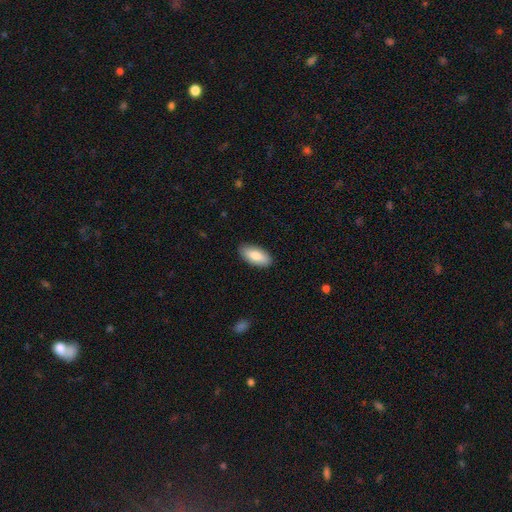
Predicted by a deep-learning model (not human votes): smooth_or_featured: smooth (p=0.83) [alt: featured or disk p=0.11]
how_rounded: in between (p=0.89) [alt: cigar-shaped p=0.09]
merging: none (p=0.88) [alt: minor disturbance p=0.09]